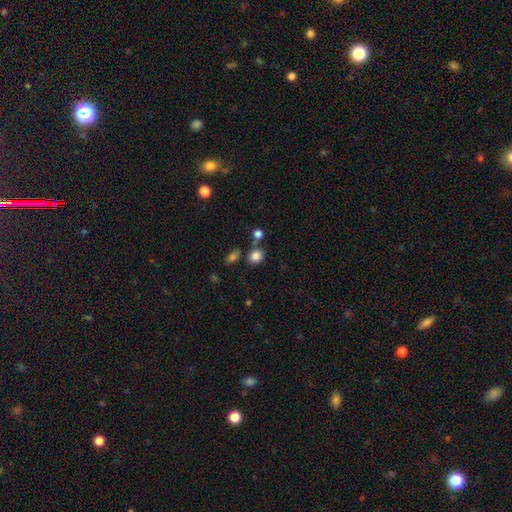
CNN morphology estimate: A smooth galaxy with no disk features (82%) that is round (71%). Merging: none (65%).